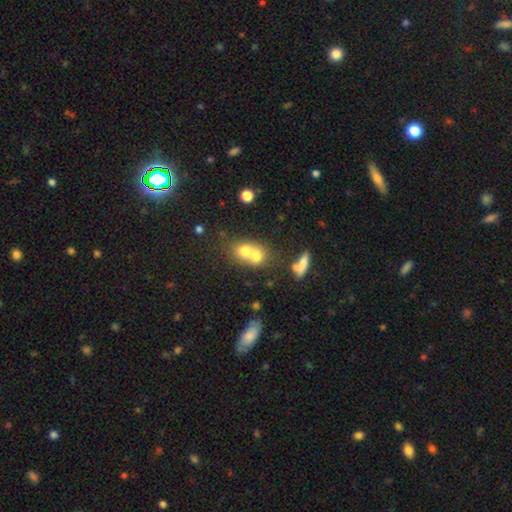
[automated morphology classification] A smooth galaxy with no disk features (68%) that is round (63%). Merging: merger (70%).